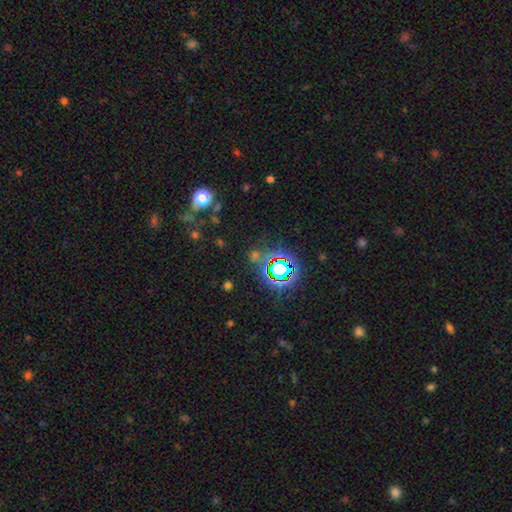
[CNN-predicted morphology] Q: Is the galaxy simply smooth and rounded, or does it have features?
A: star or artifact — 61%.